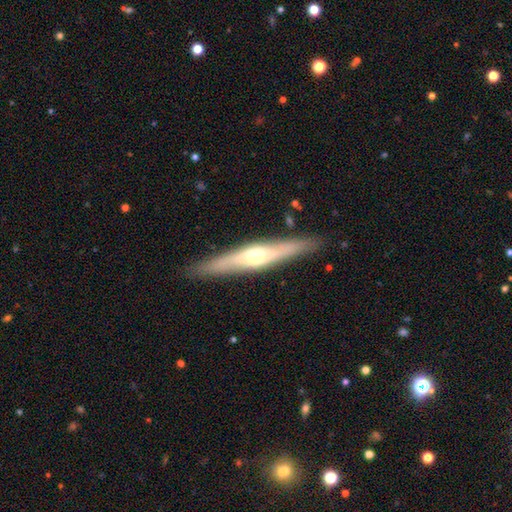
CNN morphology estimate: smooth_or_featured: featured or disk (p=0.66) [alt: smooth p=0.29]
disk_edge_on: yes (p=0.90) [alt: no p=0.10]
edge_on_bulge: rounded (p=0.81) [alt: none p=0.12]
merging: none (p=0.88) [alt: minor disturbance p=0.09]